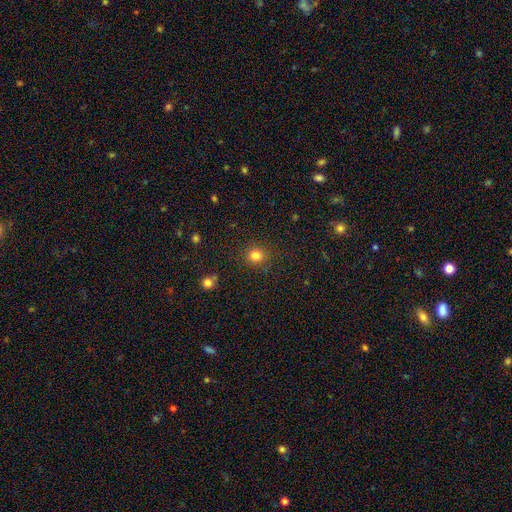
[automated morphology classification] Smooth or featured? Predicted: smooth (p=0.82). How rounded? Predicted: round (p=0.84). Merging? Predicted: none (p=0.86).